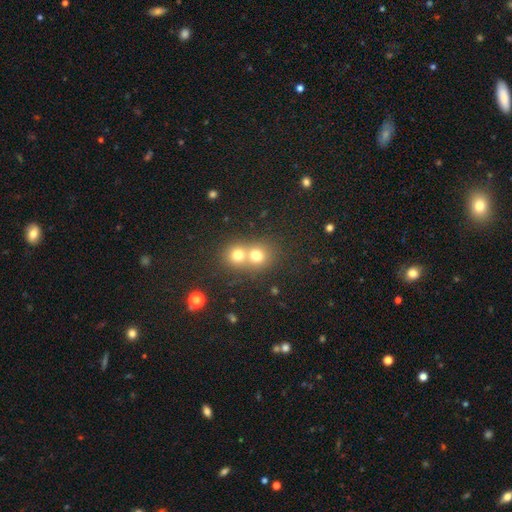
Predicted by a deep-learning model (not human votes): The model was most divided on "merging": merger: 62%, none: 32%, minor disturbance: 5%, major disturbance: 2%. More confident: how rounded — round (80%); smooth or featured — smooth (72%).